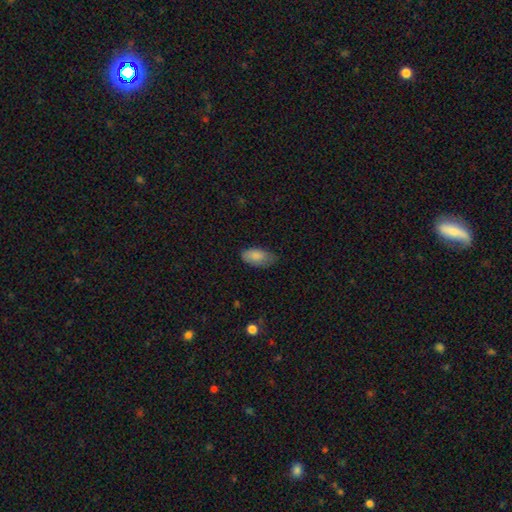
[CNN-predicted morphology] A smooth galaxy with no disk features (86%) that is in between round and cigar-shaped (93%). Merging: none (60%).